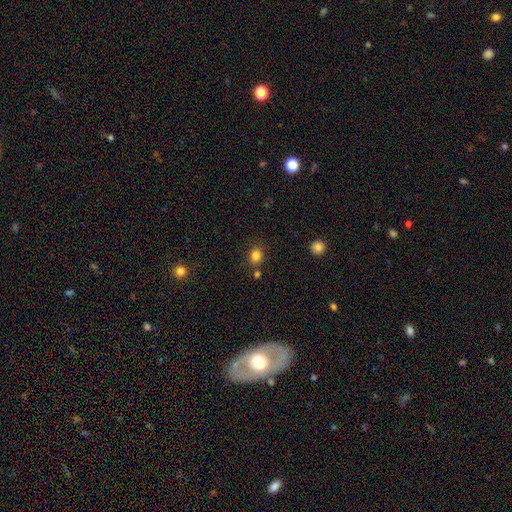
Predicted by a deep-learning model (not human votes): smooth 82%, star or artifact 12%, featured or disk 6%. Down the decision tree: how rounded — round (65%); merging — none (79%).